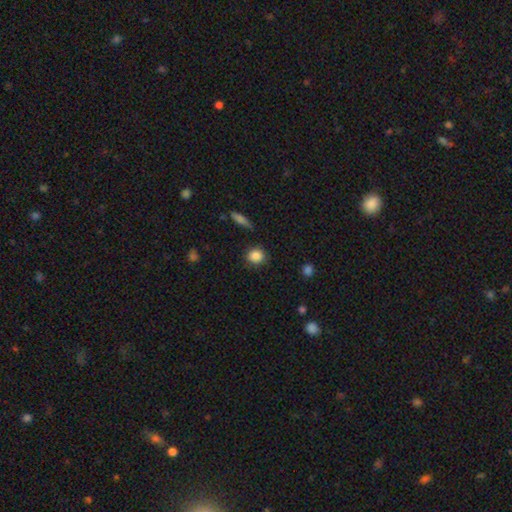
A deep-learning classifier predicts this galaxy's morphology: Overall: smooth (86%). How rounded: round (83%). Merging: none (87%).